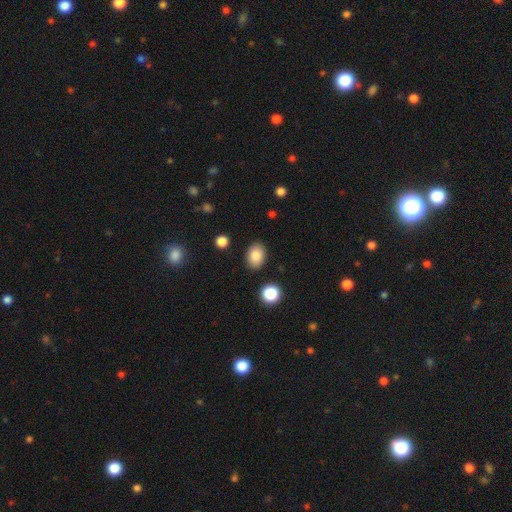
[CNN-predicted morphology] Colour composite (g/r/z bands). It shows a smooth galaxy with no disk features (86%) that is in between round and cigar-shaped (81%). Merging: none (87%).